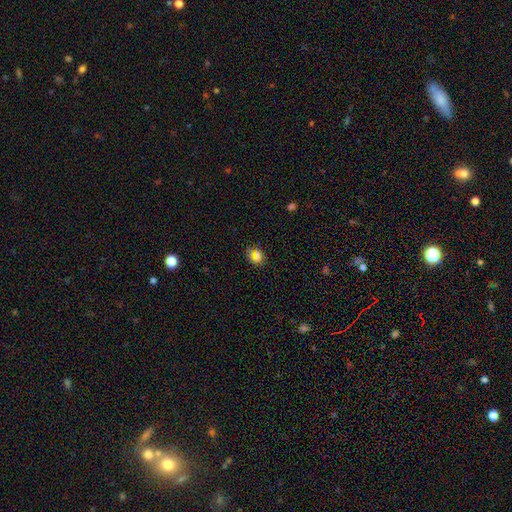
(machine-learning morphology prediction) Smooth or featured?
  - smooth: 60% *
  - star or artifact: 32%
  - featured or disk: 8%
How rounded?
  - round: 61% *
  - in between: 36%
  - cigar-shaped: 3%
Merging?
  - none: 83% *
  - minor disturbance: 10%
  - major disturbance: 4%
  - merger: 3%